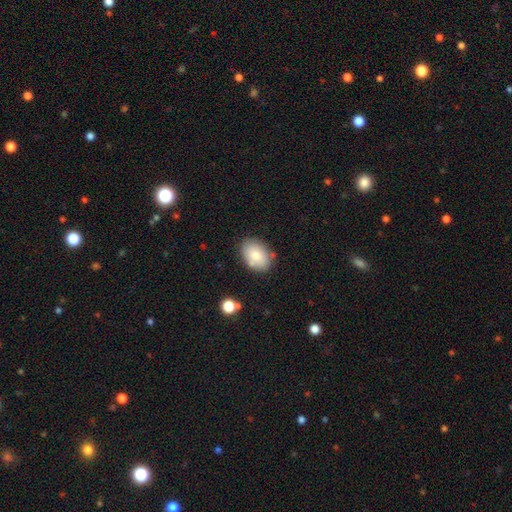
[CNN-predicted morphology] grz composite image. It shows a smooth galaxy with no disk features (78%) that is in between round and cigar-shaped (83%). Merging: none (77%).